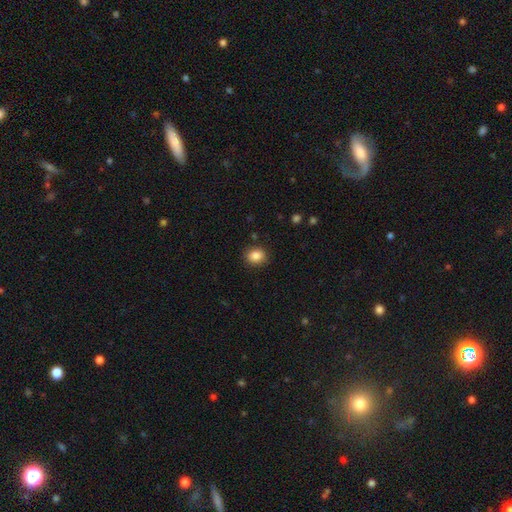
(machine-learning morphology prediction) smooth 86%, star or artifact 9%, featured or disk 4%. Down the decision tree: how rounded — round (62%); merging — none (87%).